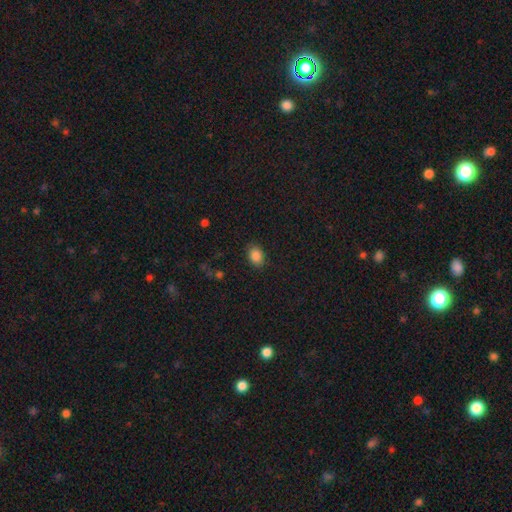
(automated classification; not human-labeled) Smooth or featured?
  - smooth: 86% *
  - star or artifact: 10%
  - featured or disk: 4%
How rounded?
  - in between: 68% *
  - round: 31%
  - cigar-shaped: 1%
Merging?
  - none: 84% *
  - minor disturbance: 12%
  - major disturbance: 3%
  - merger: 1%